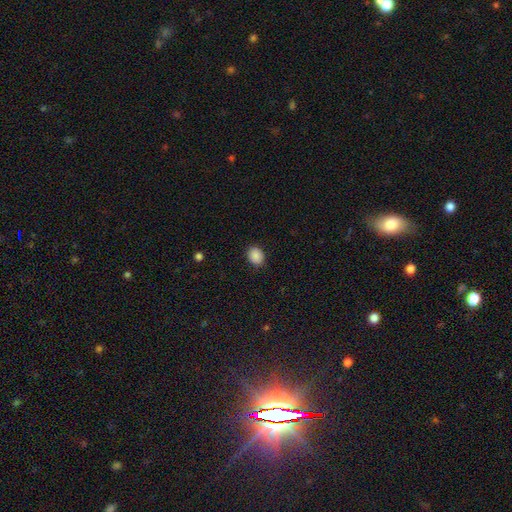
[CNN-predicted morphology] smooth 88%, star or artifact 9%, featured or disk 4%. Down the decision tree: how rounded — round (50%); merging — none (89%).